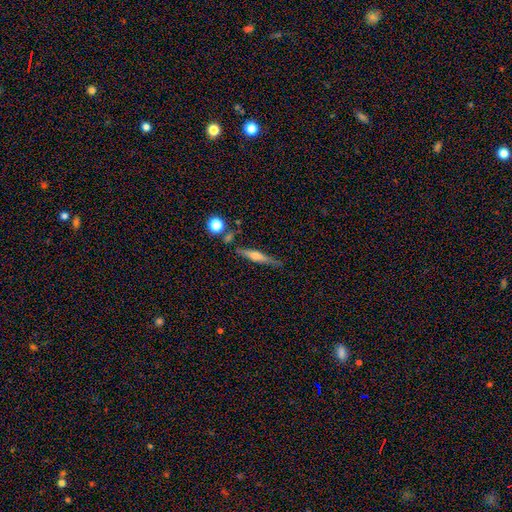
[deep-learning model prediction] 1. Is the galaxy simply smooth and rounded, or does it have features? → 60% featured or disk, 33% smooth, 8% star or artifact.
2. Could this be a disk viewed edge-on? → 96% yes, 4% no.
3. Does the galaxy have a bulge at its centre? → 81% rounded, 11% boxy, 9% none.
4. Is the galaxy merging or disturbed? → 78% none, 13% minor disturbance, 6% merger, 3% major disturbance.